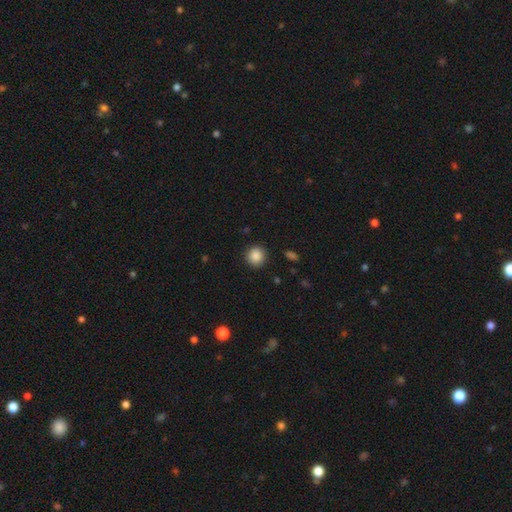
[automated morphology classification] smooth 87%, star or artifact 9%, featured or disk 3%. Down the decision tree: how rounded — round (90%); merging — none (90%).